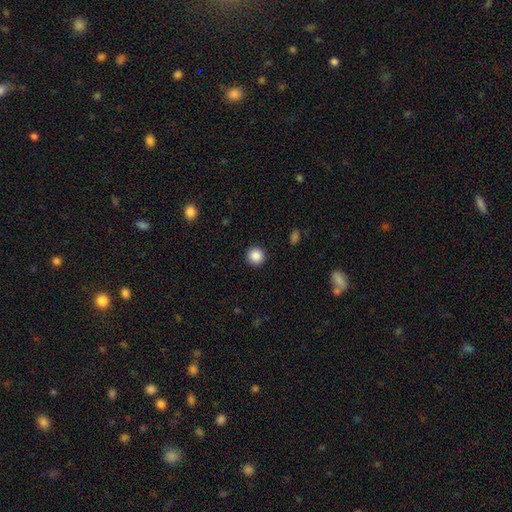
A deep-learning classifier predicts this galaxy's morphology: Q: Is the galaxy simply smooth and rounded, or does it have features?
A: smooth — 87%.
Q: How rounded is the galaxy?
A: round — 95%.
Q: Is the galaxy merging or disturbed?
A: none — 92%.